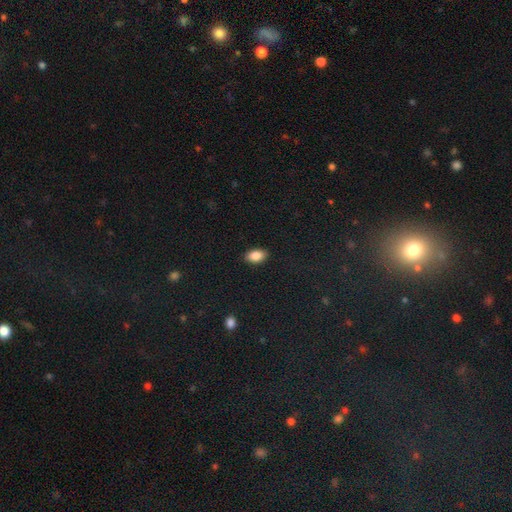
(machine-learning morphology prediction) Smooth or featured? smooth (87%)
How rounded? in between (90%)
Merging? none (89%)